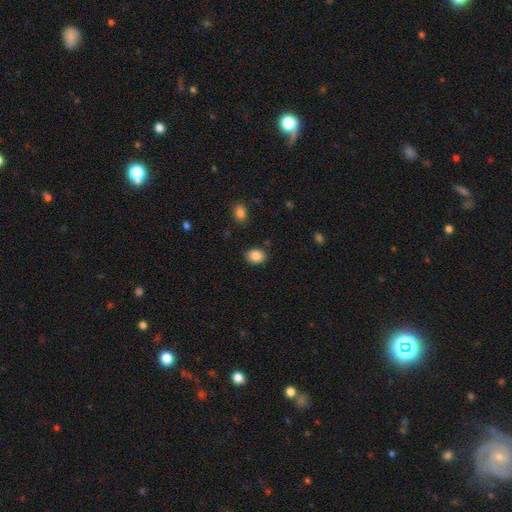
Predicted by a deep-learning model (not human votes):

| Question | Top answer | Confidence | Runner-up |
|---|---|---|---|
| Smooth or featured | smooth | 87% | star or artifact (9%) |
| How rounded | in between | 58% | round (41%) |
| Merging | none | 84% | minor disturbance (11%) |